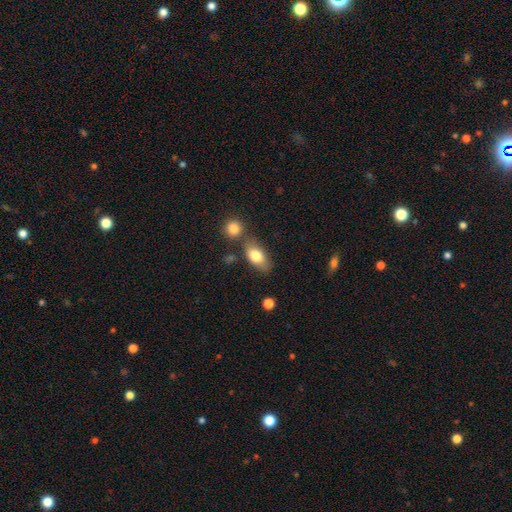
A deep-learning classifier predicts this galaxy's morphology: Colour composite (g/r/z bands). It shows a smooth galaxy with no disk features (77%) that is in between round and cigar-shaped (89%). Merging: none (65%).